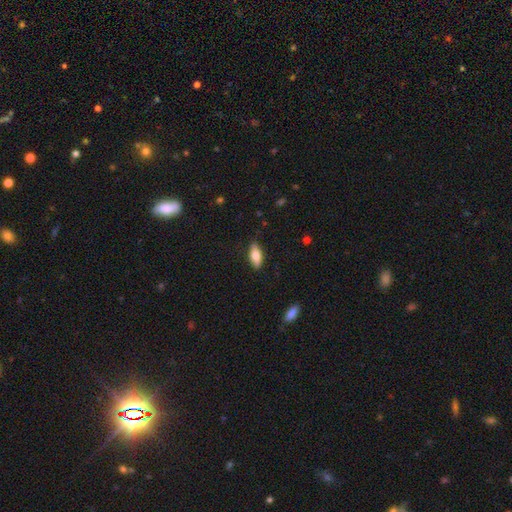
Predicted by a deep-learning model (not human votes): The model was most divided on "smooth or featured": smooth: 72%, featured or disk: 22%, star or artifact: 6%. More confident: merging — none (83%); how rounded — in between (77%).